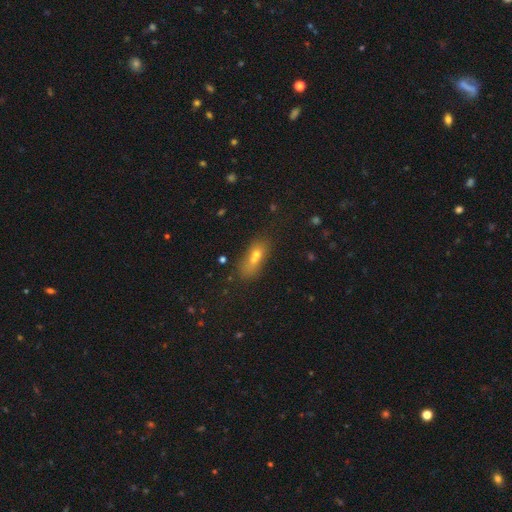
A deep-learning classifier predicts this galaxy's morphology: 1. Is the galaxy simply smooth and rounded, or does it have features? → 61% smooth, 21% featured or disk, 18% star or artifact.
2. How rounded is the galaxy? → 59% in between, 21% cigar-shaped, 20% round.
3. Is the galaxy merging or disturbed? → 48% merger, 32% none, 12% minor disturbance, 8% major disturbance.